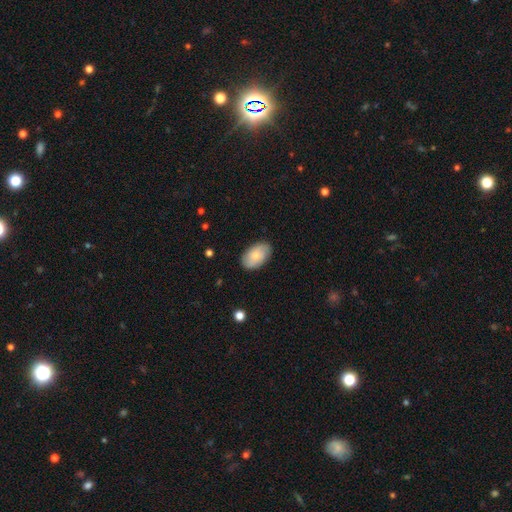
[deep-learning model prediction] A smooth galaxy with no disk features (67%) that is in between round and cigar-shaped (92%). Merging: none (84%).